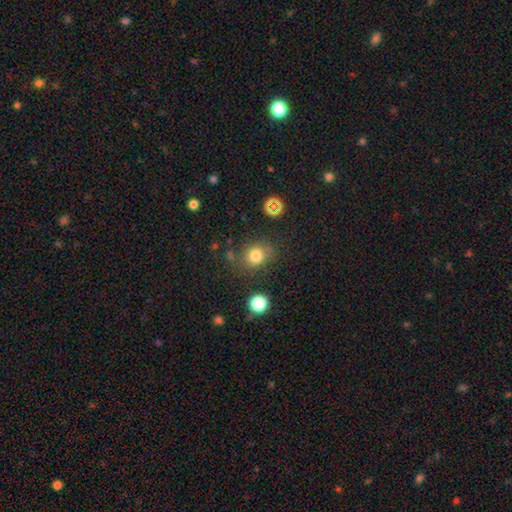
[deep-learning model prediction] smooth 76%, star or artifact 15%, featured or disk 8%. Down the decision tree: how rounded — round (65%); merging — none (73%).